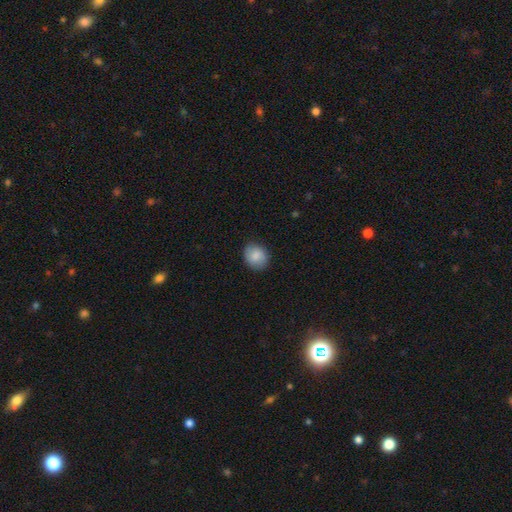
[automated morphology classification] A smooth galaxy with no disk features (82%) that is round (63%).

Vote fractions:
- Smooth or featured? smooth: 82% / featured or disk: 10% / star or artifact: 7%
- How rounded? round: 63% / in between: 36% / cigar-shaped: 1%
- Merging? none: 84% / minor disturbance: 13% / major disturbance: 3% / merger: 1%